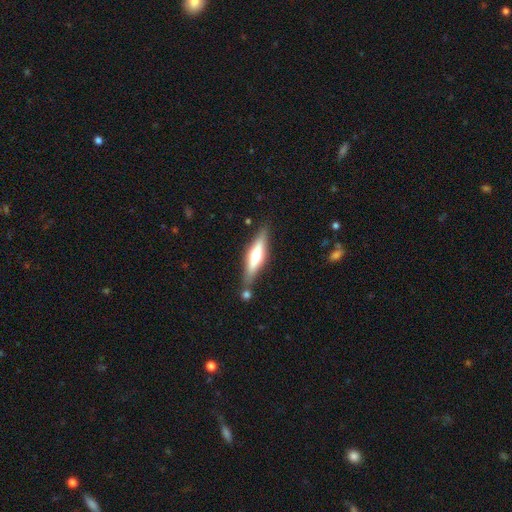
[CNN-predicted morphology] featured or disk 56%, smooth 38%, star or artifact 6%. Down the decision tree: edge-on disk — yes (93%); edge-on bulge — rounded (85%); merging — none (78%).